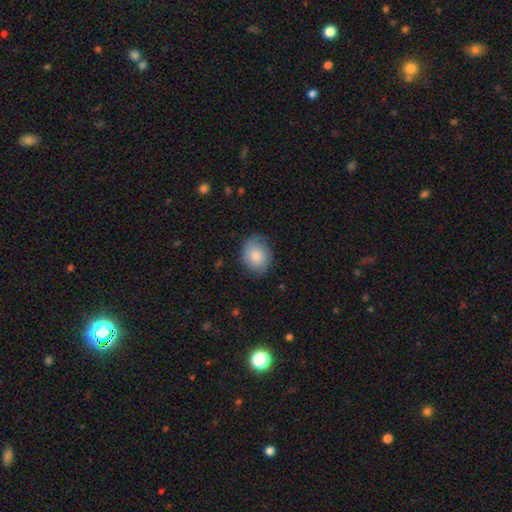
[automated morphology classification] The model was most divided on "how rounded": round: 56%, in between: 43%, cigar-shaped: 1%. More confident: smooth or featured — smooth (83%); merging — none (79%).